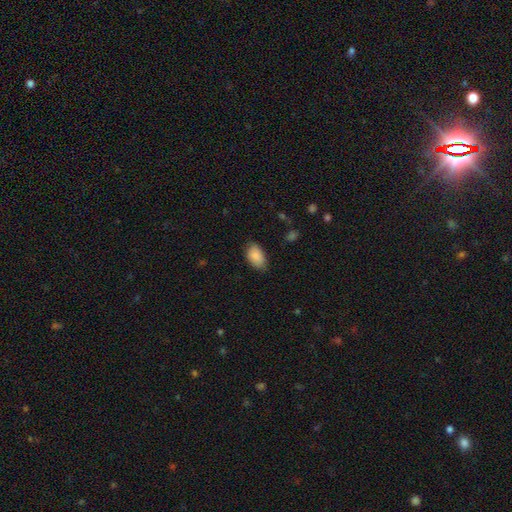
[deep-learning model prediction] Smooth or featured: smooth — 90% (star or artifact — 6%)
How rounded: in between — 93% (round — 5%)
Merging: none — 79% (minor disturbance — 17%)